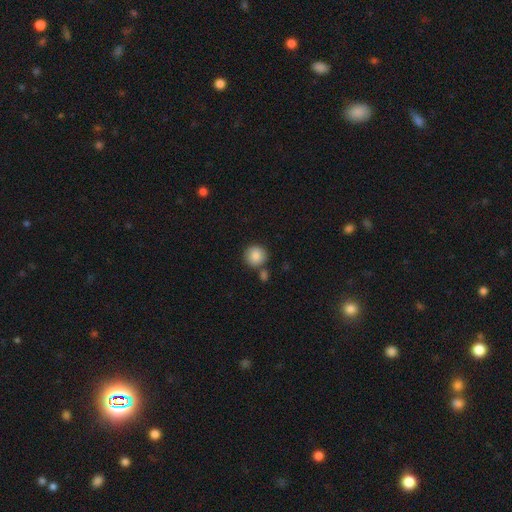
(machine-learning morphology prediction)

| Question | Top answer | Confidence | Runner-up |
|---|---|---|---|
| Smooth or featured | smooth | 86% | star or artifact (8%) |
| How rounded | round | 92% | in between (7%) |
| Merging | none | 75% | merger (14%) |